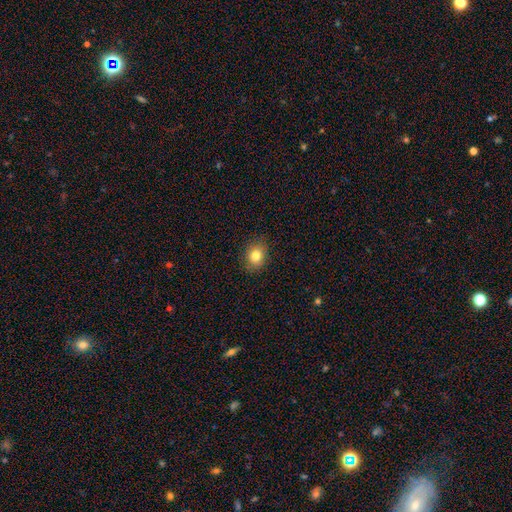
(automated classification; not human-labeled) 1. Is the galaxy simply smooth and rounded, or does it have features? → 81% smooth, 11% star or artifact, 8% featured or disk.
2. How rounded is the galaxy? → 55% round, 44% in between, 1% cigar-shaped.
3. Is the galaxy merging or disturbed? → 88% none, 9% minor disturbance, 2% major disturbance, 1% merger.